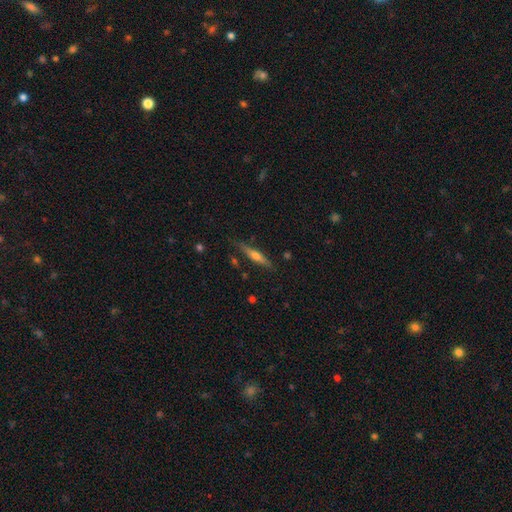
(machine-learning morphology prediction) The model was most divided on "smooth or featured": featured or disk: 58%, smooth: 36%, star or artifact: 6%. More confident: edge-on disk — yes (95%); edge-on bulge — rounded (86%); merging — none (83%).